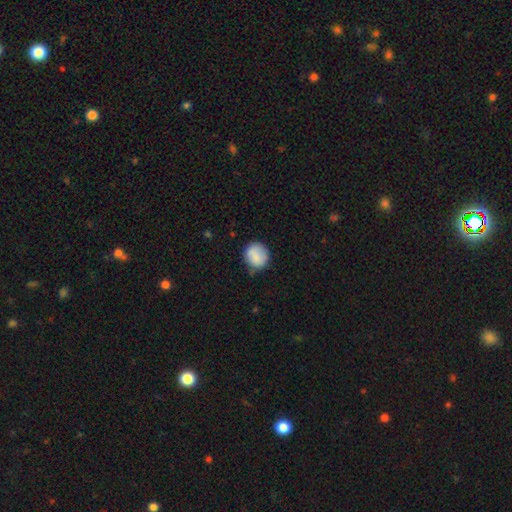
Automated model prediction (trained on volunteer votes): smooth-or-featured: smooth: 82% | featured or disk: 11% | star or artifact: 7%
  how-rounded: round: 85% | in between: 14% | cigar-shaped: 1%
  merging: none: 73% | minor disturbance: 20% | major disturbance: 4% | merger: 3%